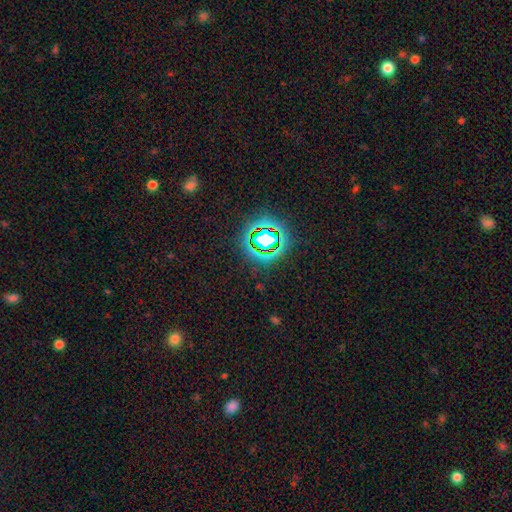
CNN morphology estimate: smooth-or-featured: star or artifact: 77% | smooth: 16% | featured or disk: 7%